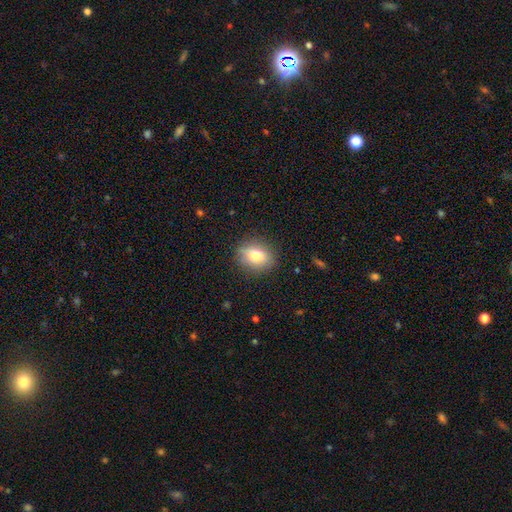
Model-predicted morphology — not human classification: The model was most divided on "how rounded": in between: 52%, round: 45%, cigar-shaped: 3%. More confident: merging — none (85%); smooth or featured — smooth (74%).